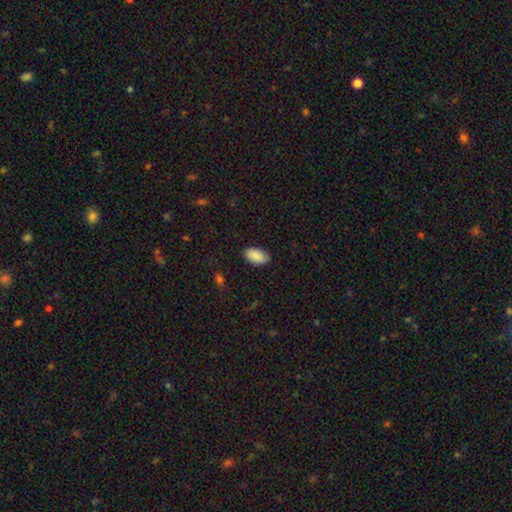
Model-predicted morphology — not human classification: Smooth or featured? smooth (90%)
How rounded? in between (95%)
Merging? none (86%)